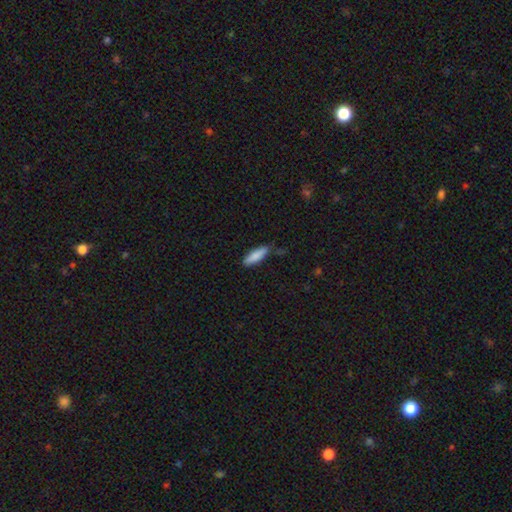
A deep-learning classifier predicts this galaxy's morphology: type=smooth (86%); roundness=cigar-shaped (55%); merging=none (76%).